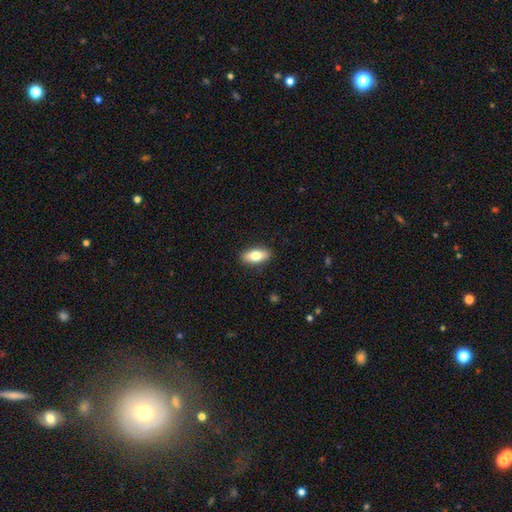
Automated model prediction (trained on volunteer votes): This is likely a smooth galaxy (76%). How rounded: clearly in between (83%). Merging: clearly none (89%).